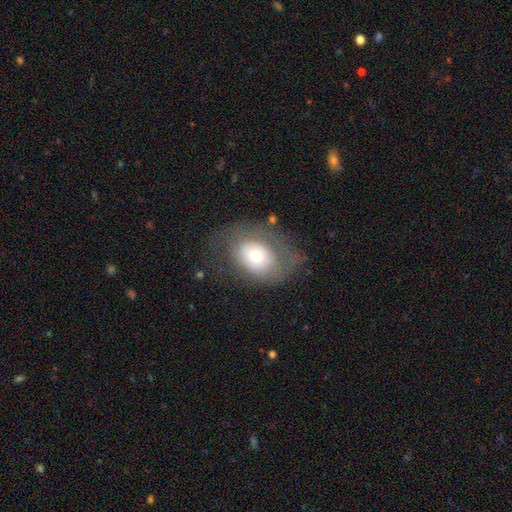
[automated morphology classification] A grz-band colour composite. It shows a smooth galaxy with no disk features (50%). Merging: none (53%).